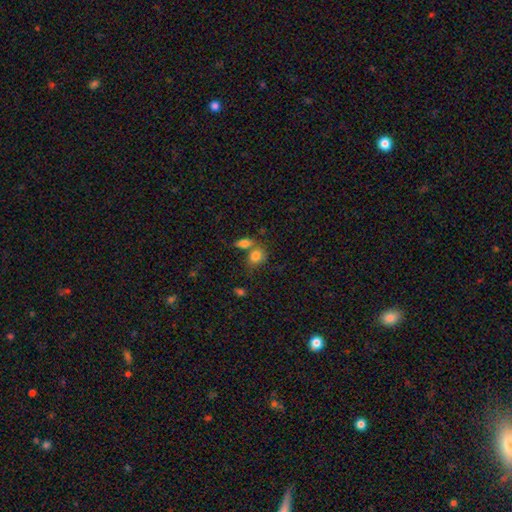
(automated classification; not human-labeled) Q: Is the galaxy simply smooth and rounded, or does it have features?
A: smooth — 81%.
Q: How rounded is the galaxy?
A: in between — 62%.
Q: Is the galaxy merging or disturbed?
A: none — 43%.